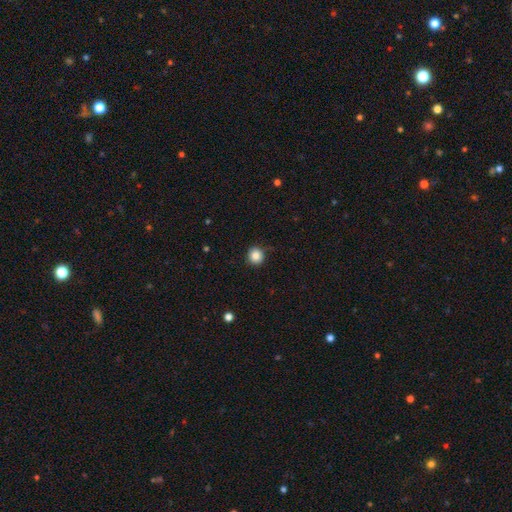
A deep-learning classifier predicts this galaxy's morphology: A smooth galaxy with no disk features (85%) that is round (93%). Merging: none (89%).